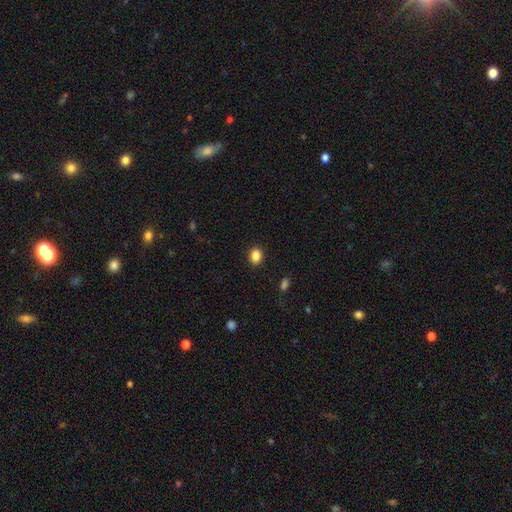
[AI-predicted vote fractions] A smooth galaxy with no disk features (86%) that is in between round and cigar-shaped (55%).

Vote fractions:
- Smooth or featured? smooth: 86% / star or artifact: 10% / featured or disk: 4%
- How rounded? in between: 55% / round: 44% / cigar-shaped: 1%
- Merging? none: 90% / minor disturbance: 7% / major disturbance: 2% / merger: 1%